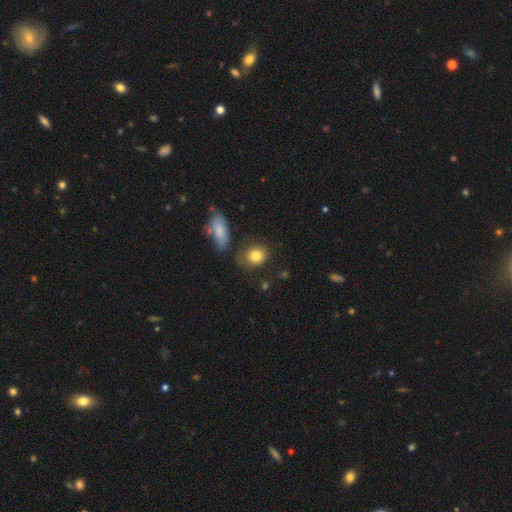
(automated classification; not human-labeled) A smooth galaxy with no disk features (83%) that is round (57%). Merging: none (67%).